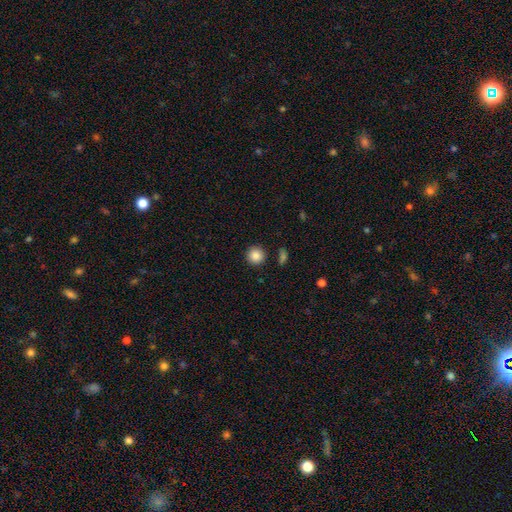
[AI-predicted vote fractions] Smooth or featured: smooth — 87% (star or artifact — 9%)
How rounded: round — 94% (in between — 5%)
Merging: none — 89% (minor disturbance — 7%)